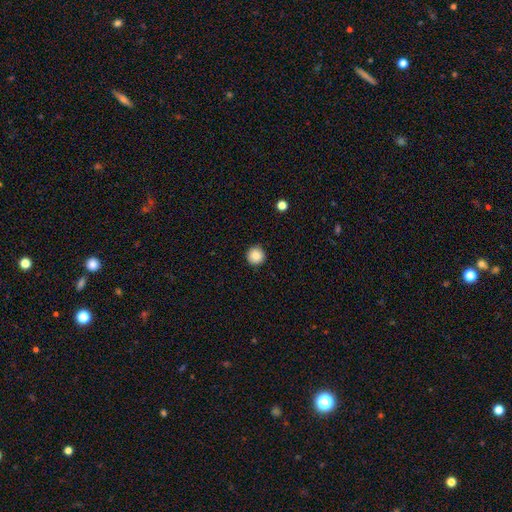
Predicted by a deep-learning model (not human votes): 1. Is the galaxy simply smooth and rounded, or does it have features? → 87% smooth, 9% star or artifact, 4% featured or disk.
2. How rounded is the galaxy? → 95% round, 4% in between, 1% cigar-shaped.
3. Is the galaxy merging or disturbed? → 91% none, 7% minor disturbance, 2% major disturbance, 1% merger.